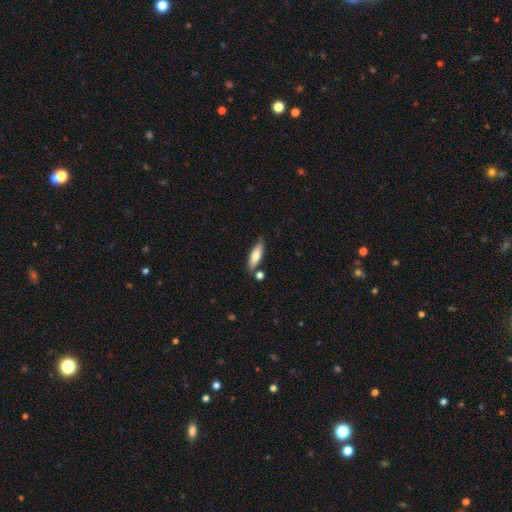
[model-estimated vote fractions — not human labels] A smooth galaxy with no disk features (69%) that is cigar-shaped (55%). Merging: none (75%).